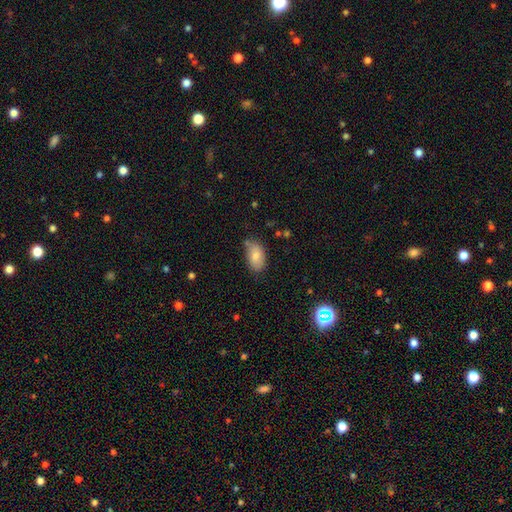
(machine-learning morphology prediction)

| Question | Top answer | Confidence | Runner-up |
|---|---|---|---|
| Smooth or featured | smooth | 81% | featured or disk (11%) |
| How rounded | in between | 93% | round (5%) |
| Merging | none | 72% | minor disturbance (20%) |